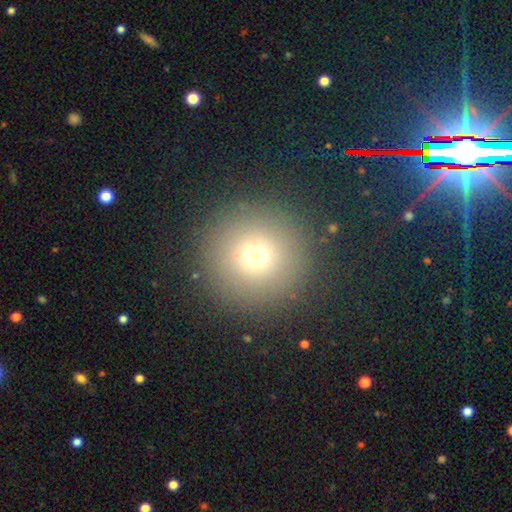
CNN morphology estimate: This appears to be a smooth galaxy with no disk features (70%) that is round (96%). Merging: none (89%).